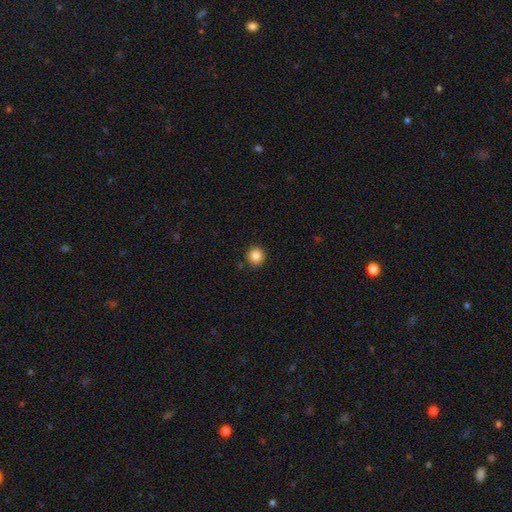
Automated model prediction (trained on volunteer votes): Smooth or featured? smooth (86%)
How rounded? round (93%)
Merging? none (90%)